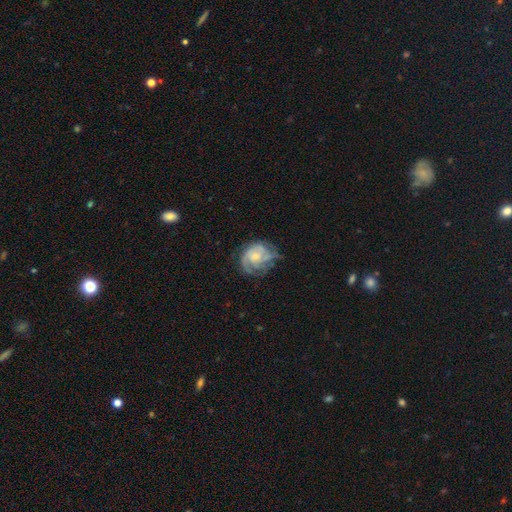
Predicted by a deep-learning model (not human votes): Smooth or featured?
  - featured or disk: 71% *
  - smooth: 22%
  - star or artifact: 7%
Edge-on disk?
  - no: 98% *
  - yes: 2%
Bar?
  - no: 77% *
  - weak: 20%
  - strong: 3%
Spiral arms?
  - yes: 88% *
  - no: 12%
Spiral winding?
  - tight: 54% *
  - medium: 34%
  - loose: 13%
Spiral arm count?
  - can't tell: 38% *
  - 2: 22%
  - 3: 22%
  - 4: 8%
  - 1: 7%
  - more than 4: 5%
Bulge size?
  - small: 53% *
  - moderate: 36%
  - none: 7%
  - large: 4%
  - dominant: 1%
Merging?
  - none: 57% *
  - minor disturbance: 25%
  - major disturbance: 16%
  - merger: 2%